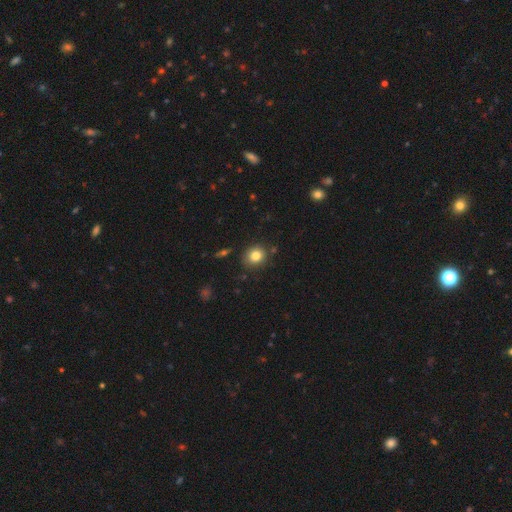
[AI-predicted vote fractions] Smooth or featured: smooth — 81% (star or artifact — 11%)
How rounded: round — 75% (in between — 24%)
Merging: none — 84% (minor disturbance — 10%)